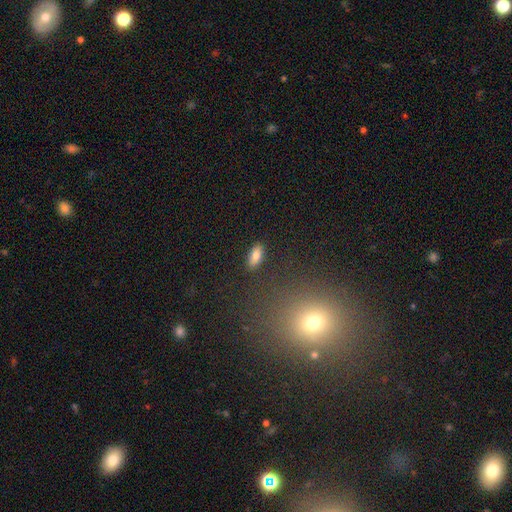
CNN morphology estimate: A smooth galaxy with no disk features (84%) that is in between round and cigar-shaped (85%).

Vote fractions:
- Smooth or featured? smooth: 84% / star or artifact: 8% / featured or disk: 7%
- How rounded? in between: 85% / cigar-shaped: 12% / round: 3%
- Merging? none: 87% / minor disturbance: 9% / major disturbance: 2% / merger: 2%